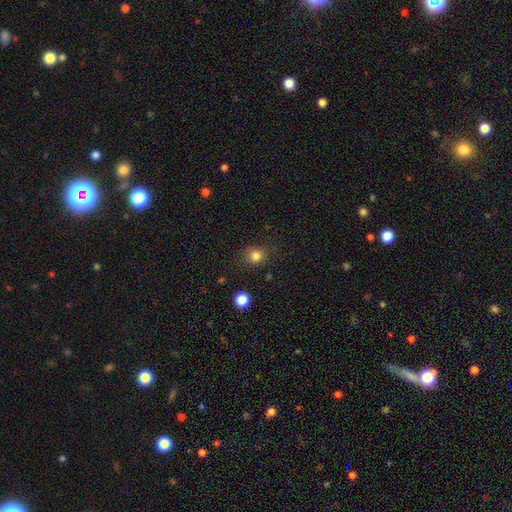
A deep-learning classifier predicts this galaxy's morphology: A smooth galaxy with no disk features (81%) that is round (79%).

Vote fractions:
- Smooth or featured? smooth: 81% / star or artifact: 13% / featured or disk: 5%
- How rounded? round: 79% / in between: 20% / cigar-shaped: 1%
- Merging? none: 78% / minor disturbance: 15% / major disturbance: 5% / merger: 2%